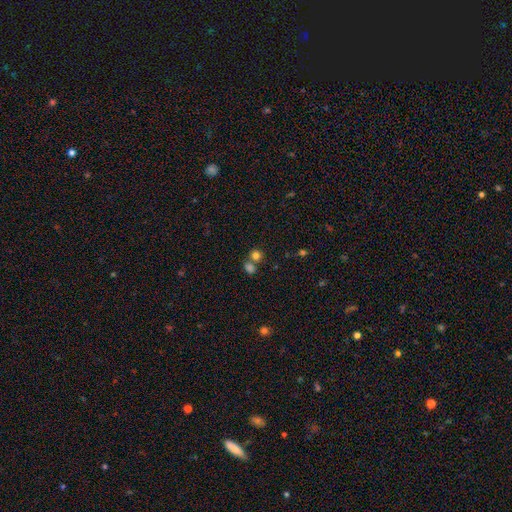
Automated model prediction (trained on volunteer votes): Overall: smooth (78%). How rounded: round (81%). Merging: none (55%; merger 34%).